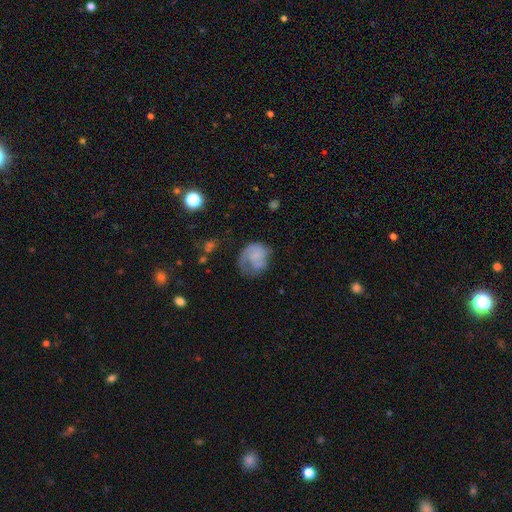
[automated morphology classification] Smooth or featured? Predicted: featured or disk (p=0.47). Merging? Predicted: none (p=0.39).